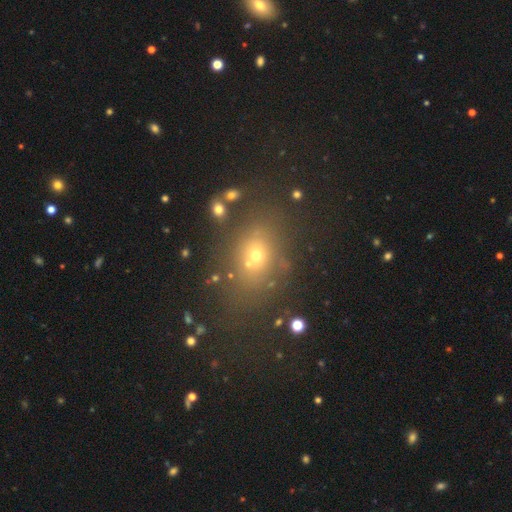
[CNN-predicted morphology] Q: Smooth or featured?
A: smooth (60%); runner-up: star or artifact (24%)
Q: How rounded?
A: in between (56%); runner-up: round (42%)
Q: Merging?
A: none (68%); runner-up: minor disturbance (14%)